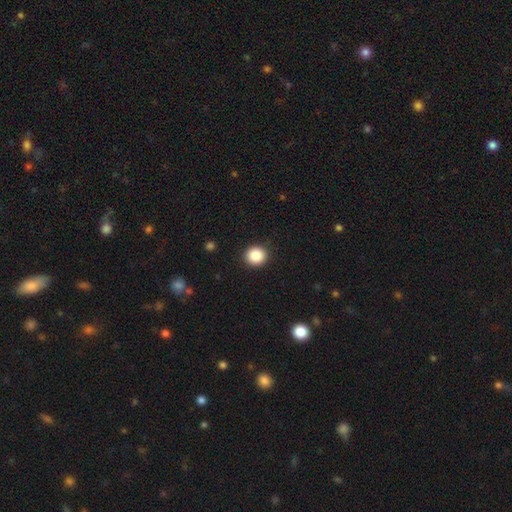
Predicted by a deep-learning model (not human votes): Smooth or featured? Predicted: smooth (p=0.87). How rounded? Predicted: round (p=0.88). Merging? Predicted: none (p=0.92).